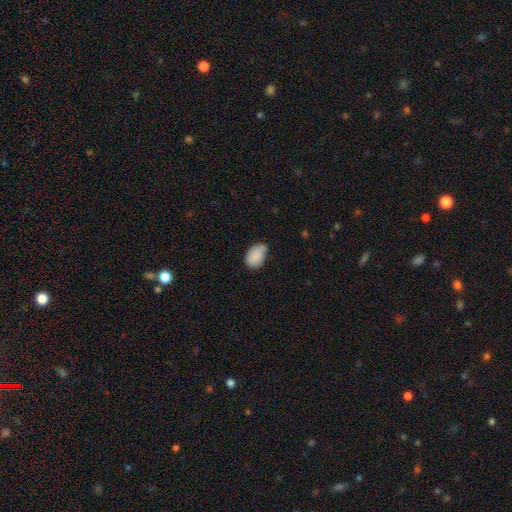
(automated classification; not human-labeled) smooth_or_featured: smooth (p=0.86) [alt: featured or disk p=0.07]
how_rounded: in between (p=0.85) [alt: round p=0.14]
merging: none (p=0.55) [alt: minor disturbance p=0.37]